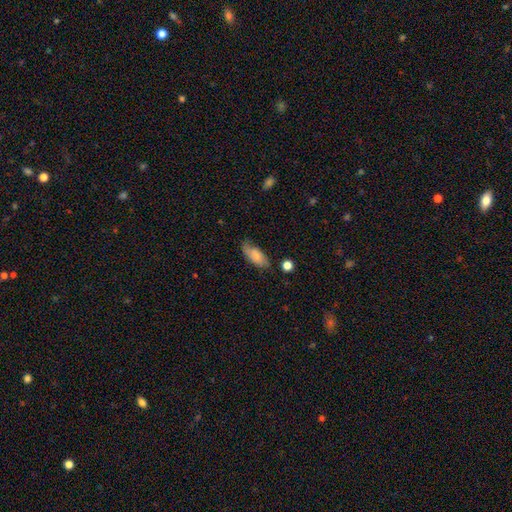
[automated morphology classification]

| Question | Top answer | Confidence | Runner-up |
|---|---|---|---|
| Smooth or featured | smooth | 75% | featured or disk (18%) |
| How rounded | in between | 84% | cigar-shaped (14%) |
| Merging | none | 65% | minor disturbance (26%) |